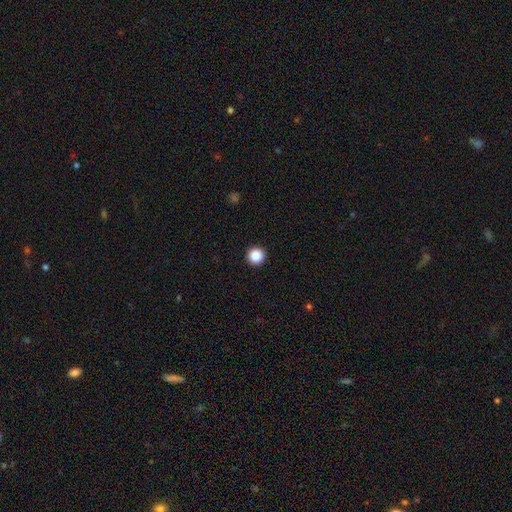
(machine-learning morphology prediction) smooth-or-featured: smooth: 87% | star or artifact: 10% | featured or disk: 3%
  how-rounded: round: 96% | in between: 3% | cigar-shaped: 1%
  merging: none: 93% | minor disturbance: 4% | major disturbance: 2% | merger: 1%